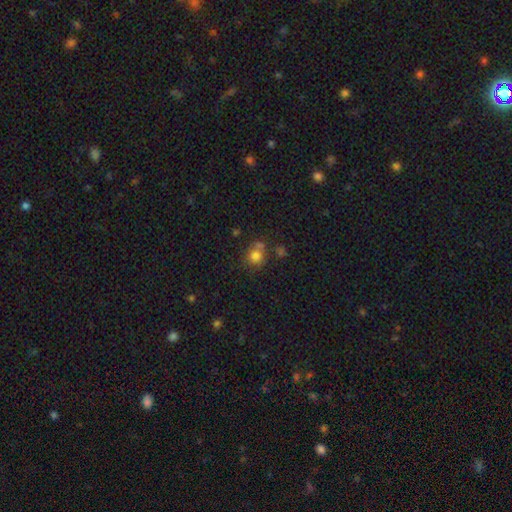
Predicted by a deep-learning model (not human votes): Morphology: type=smooth (77%); roundness=round (85%); merging=none (56%).